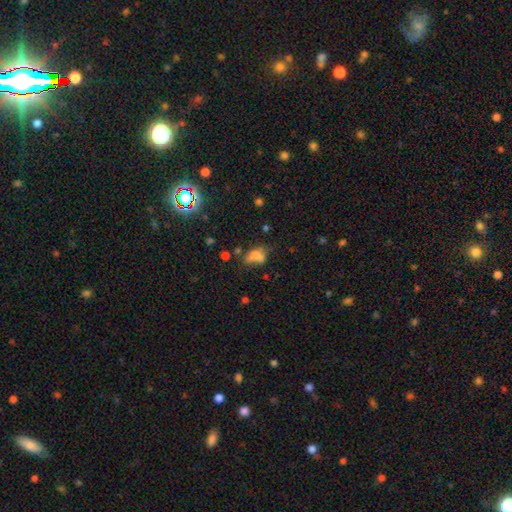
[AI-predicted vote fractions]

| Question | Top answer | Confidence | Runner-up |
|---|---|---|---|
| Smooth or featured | smooth | 66% | featured or disk (17%) |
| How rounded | in between | 80% | round (17%) |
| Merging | none | 33% | minor disturbance (25%) |